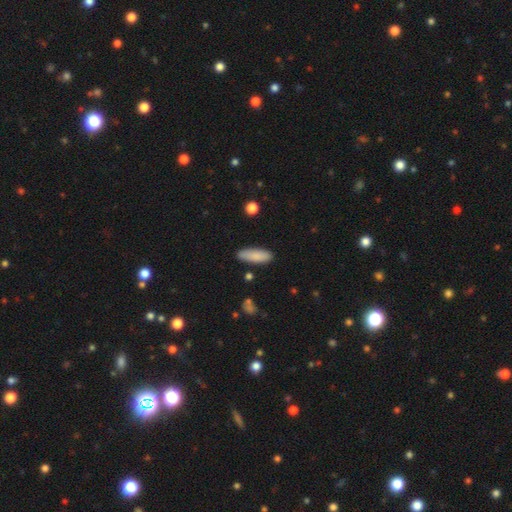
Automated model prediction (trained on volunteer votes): A smooth galaxy with no disk features (87%) that is in between round and cigar-shaped (56%). Merging: none (85%).